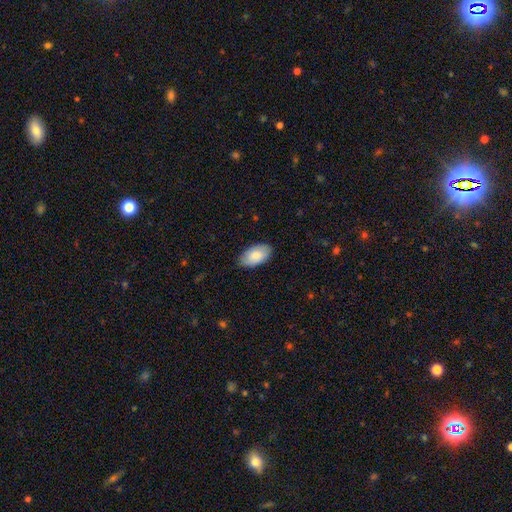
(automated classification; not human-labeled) Smooth or featured?
  - smooth: 85% *
  - featured or disk: 10%
  - star or artifact: 5%
How rounded?
  - in between: 96% *
  - round: 3%
  - cigar-shaped: 1%
Merging?
  - none: 85% *
  - minor disturbance: 12%
  - major disturbance: 2%
  - merger: 1%